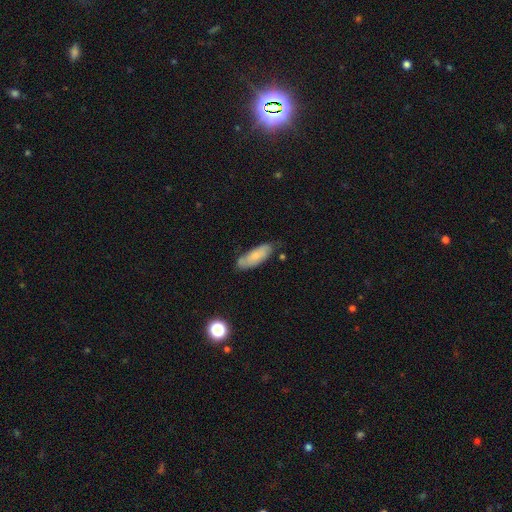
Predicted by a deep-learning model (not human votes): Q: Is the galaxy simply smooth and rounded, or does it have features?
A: smooth — 72%.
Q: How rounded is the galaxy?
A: in between — 62%.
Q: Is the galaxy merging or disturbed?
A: none — 64%.